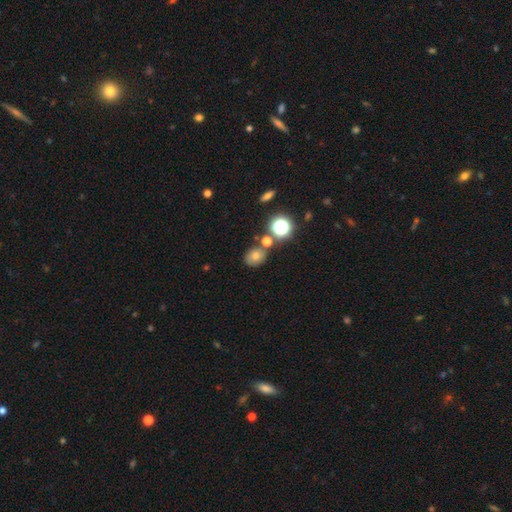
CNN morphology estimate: The model was most divided on "how rounded": round: 60%, in between: 39%, cigar-shaped: 1%. More confident: merging — none (73%); smooth or featured — smooth (56%).